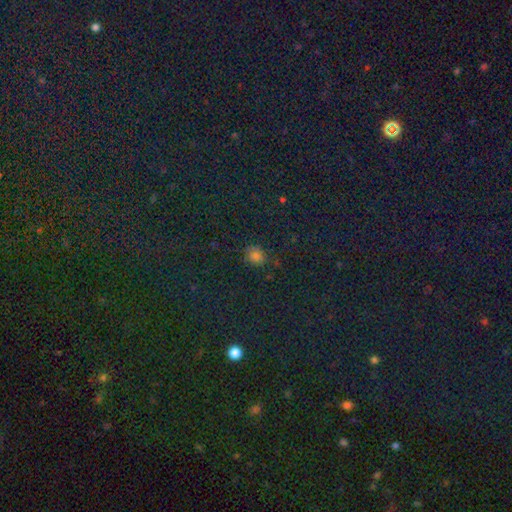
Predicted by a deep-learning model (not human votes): A smooth galaxy with no disk features (70%) that is round (67%). Merging: none (79%).